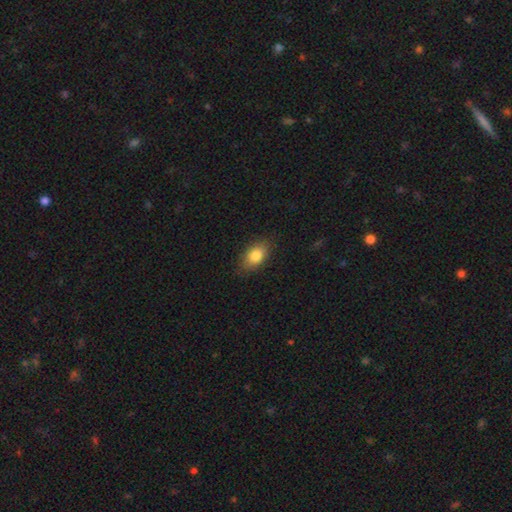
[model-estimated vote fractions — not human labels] smooth_or_featured: smooth (p=0.82) [alt: featured or disk p=0.10]
how_rounded: in between (p=0.87) [alt: round p=0.10]
merging: none (p=0.82) [alt: minor disturbance p=0.14]